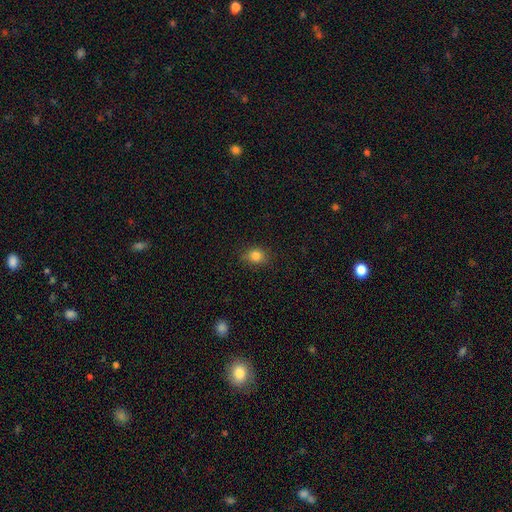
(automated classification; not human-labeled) smooth 82%, star or artifact 12%, featured or disk 6%. Down the decision tree: how rounded — round (63%); merging — none (78%).